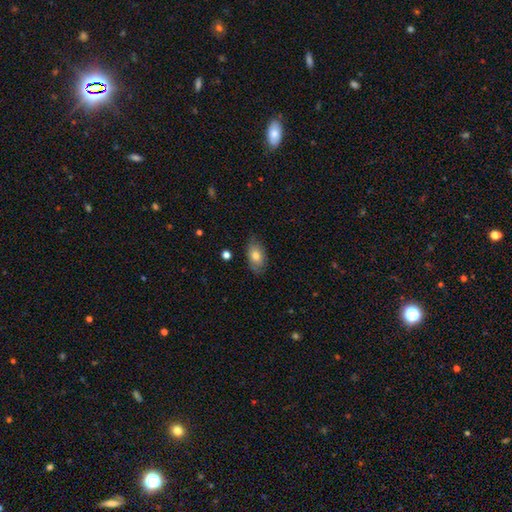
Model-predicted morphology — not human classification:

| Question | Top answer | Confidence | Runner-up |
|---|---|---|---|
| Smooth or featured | smooth | 76% | featured or disk (17%) |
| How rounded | in between | 90% | round (8%) |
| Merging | none | 78% | minor disturbance (17%) |